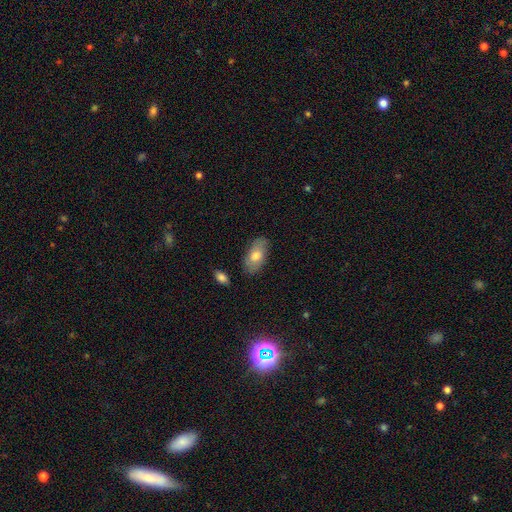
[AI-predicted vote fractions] This appears to be a smooth galaxy with no disk features (69%) that is in between round and cigar-shaped (92%). Merging: none (78%).